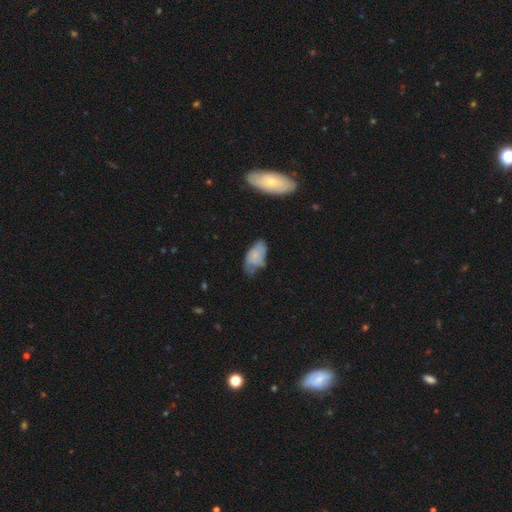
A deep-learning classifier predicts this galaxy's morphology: smooth-or-featured: smooth: 68% | featured or disk: 24% | star or artifact: 8%
  how-rounded: in between: 93% | cigar-shaped: 3% | round: 3%
  merging: none: 42% | minor disturbance: 39% | major disturbance: 14% | merger: 4%